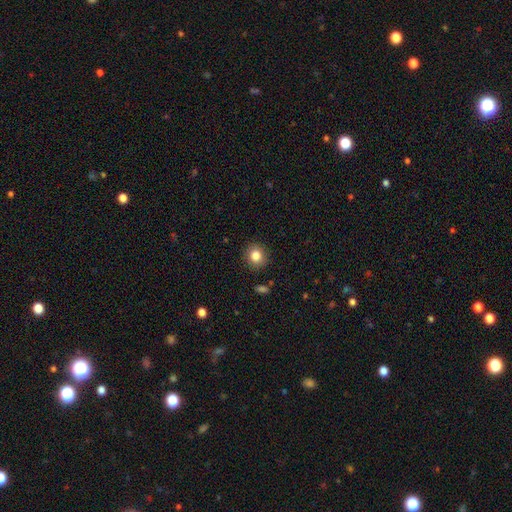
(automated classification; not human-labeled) Smooth or featured? Predicted: smooth (p=0.83). How rounded? Predicted: round (p=0.88). Merging? Predicted: none (p=0.90).